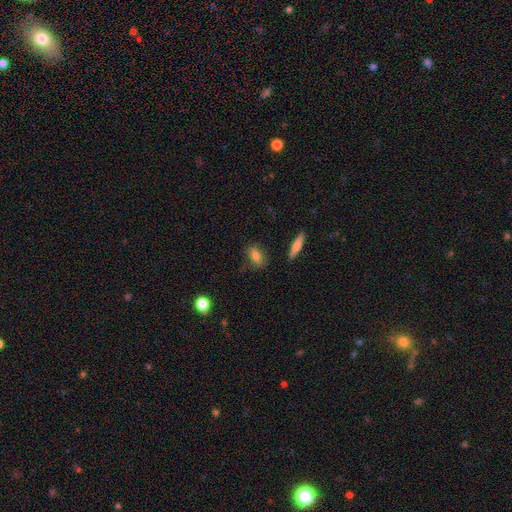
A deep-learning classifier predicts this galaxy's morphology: This appears to be a smooth galaxy with no disk features (80%) that is in between round and cigar-shaped (76%). Merging: none (75%).